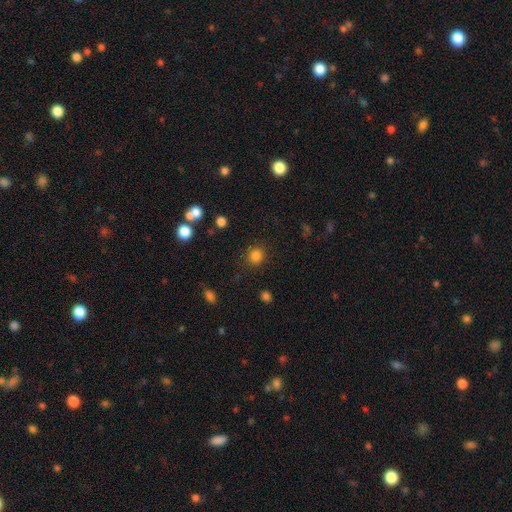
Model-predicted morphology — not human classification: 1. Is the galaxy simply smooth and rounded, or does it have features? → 83% smooth, 13% star or artifact, 4% featured or disk.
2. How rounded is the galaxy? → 86% round, 13% in between, 1% cigar-shaped.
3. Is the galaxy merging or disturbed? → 88% none, 7% minor disturbance, 3% major disturbance, 2% merger.